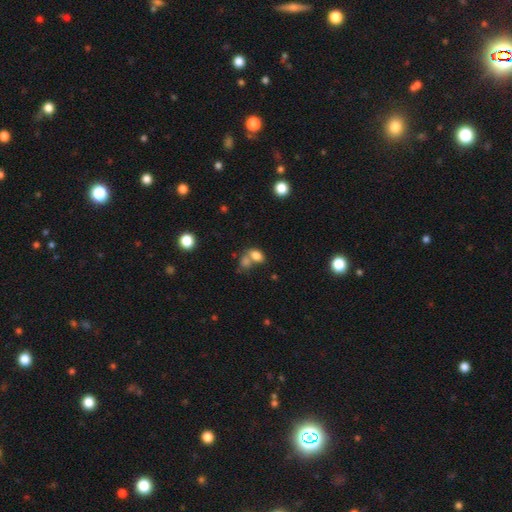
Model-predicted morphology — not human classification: The model was most divided on "merging": merger: 48%, none: 35%, minor disturbance: 11%, major disturbance: 6%. More confident: how rounded — in between (78%); smooth or featured — smooth (78%).